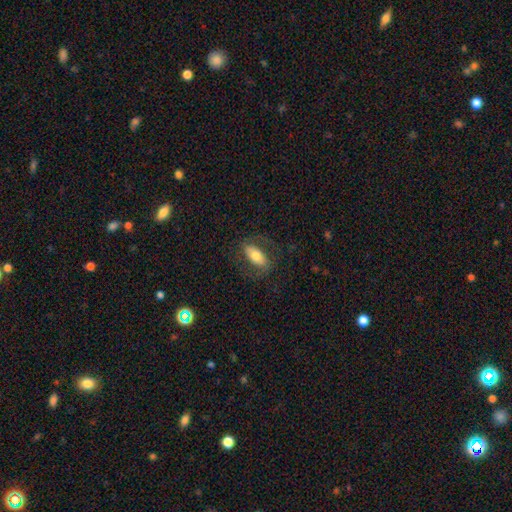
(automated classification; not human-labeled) Overall: smooth (59%; featured or disk 34%). How rounded: in between (85%). Merging: none (73%).